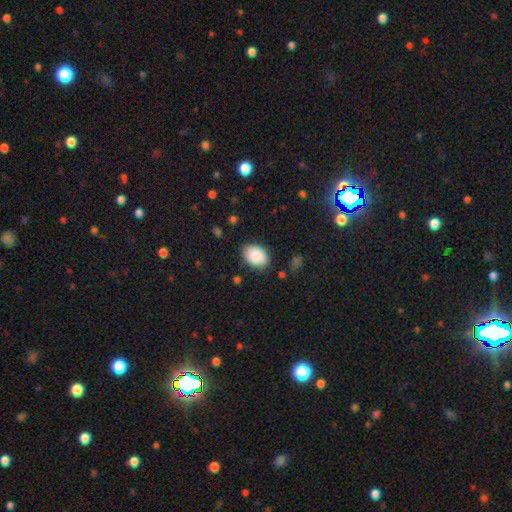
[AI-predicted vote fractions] smooth_or_featured: smooth (p=0.87) [alt: featured or disk p=0.07]
how_rounded: in between (p=0.78) [alt: round p=0.21]
merging: none (p=0.83) [alt: minor disturbance p=0.13]